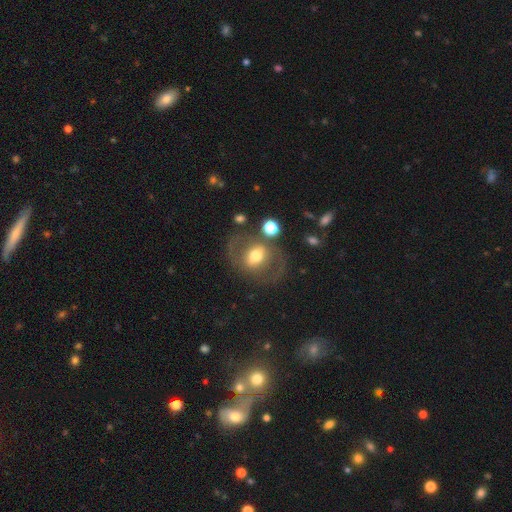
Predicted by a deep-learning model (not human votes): Overall: featured or disk (53%; smooth 39%). Edge-on disk: no (93%). Merging: none (66%).